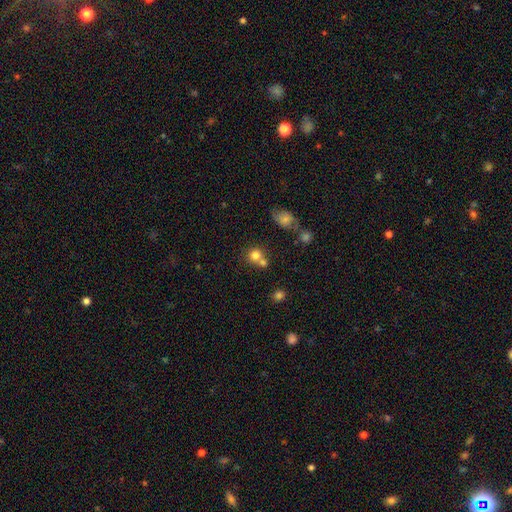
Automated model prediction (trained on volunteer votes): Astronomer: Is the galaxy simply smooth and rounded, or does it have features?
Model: smooth — 76%.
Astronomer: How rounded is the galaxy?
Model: round — 84%.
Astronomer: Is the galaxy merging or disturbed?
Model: none — 48% (runner-up: merger, 40%).